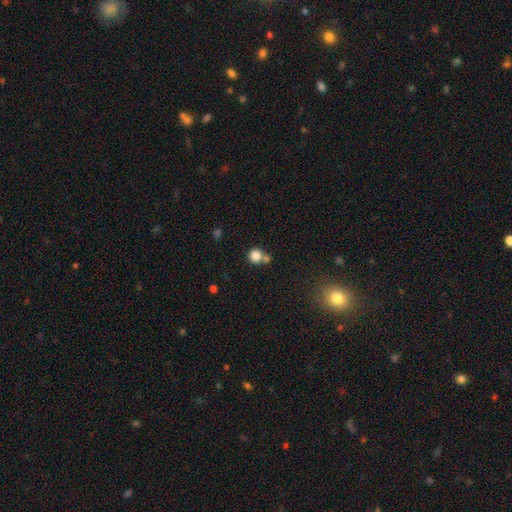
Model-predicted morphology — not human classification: A smooth galaxy with no disk features (83%) that is round (91%). Merging: none (55%).